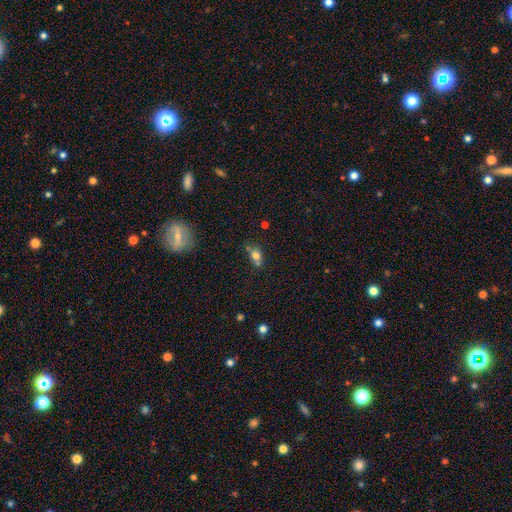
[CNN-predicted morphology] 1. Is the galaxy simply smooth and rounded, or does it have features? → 74% smooth, 13% star or artifact, 13% featured or disk.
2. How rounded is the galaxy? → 49% in between (tied), 49% round (tied), 3% cigar-shaped.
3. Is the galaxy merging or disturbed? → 47% none, 28% merger, 19% minor disturbance, 7% major disturbance.